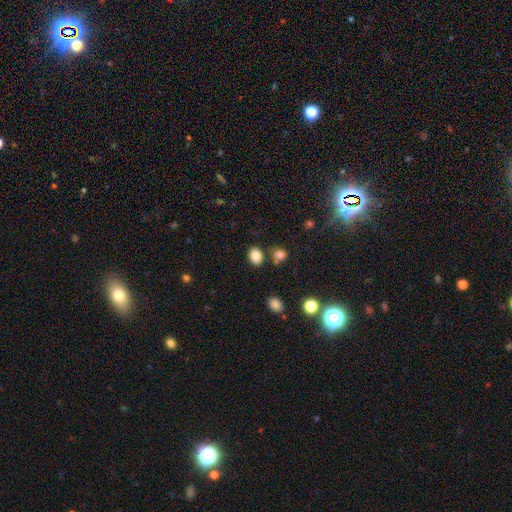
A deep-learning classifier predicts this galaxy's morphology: smooth_or_featured: smooth (p=0.85) [alt: star or artifact p=0.11]
how_rounded: in between (p=0.62) [alt: round p=0.37]
merging: none (p=0.76) [alt: minor disturbance p=0.11]